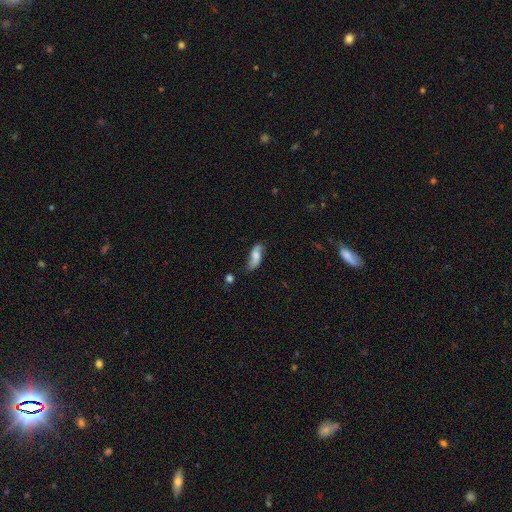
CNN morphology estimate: smooth-or-featured: smooth: 58% | featured or disk: 34% | star or artifact: 8%
  how-rounded: in between: 71% | cigar-shaped: 26% | round: 3%
  merging: none: 62% | minor disturbance: 27% | major disturbance: 7% | merger: 4%